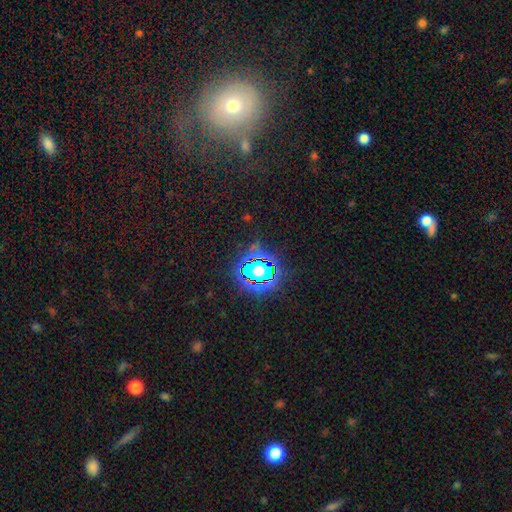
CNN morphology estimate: This is likely a star or artifact rather than a galaxy (68%).